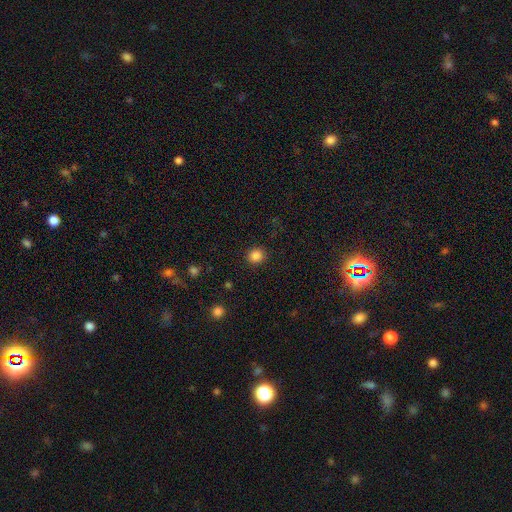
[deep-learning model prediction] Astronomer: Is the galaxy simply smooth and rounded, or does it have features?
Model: smooth — 85%.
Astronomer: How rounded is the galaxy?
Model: round — 88%.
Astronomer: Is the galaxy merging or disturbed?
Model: none — 91%.